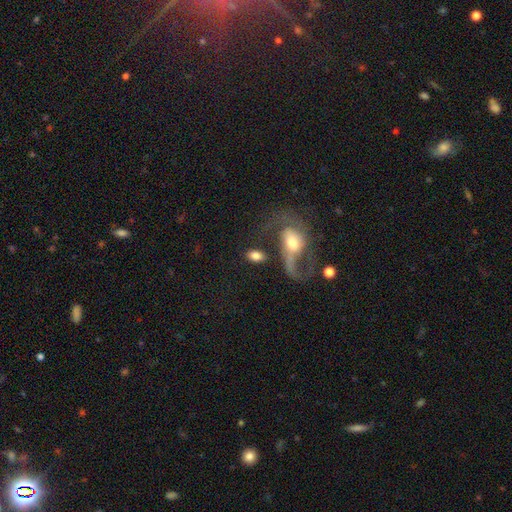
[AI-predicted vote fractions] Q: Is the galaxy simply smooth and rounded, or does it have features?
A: smooth — 71%.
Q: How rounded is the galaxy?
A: in between — 88%.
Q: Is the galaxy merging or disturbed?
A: none — 51%.